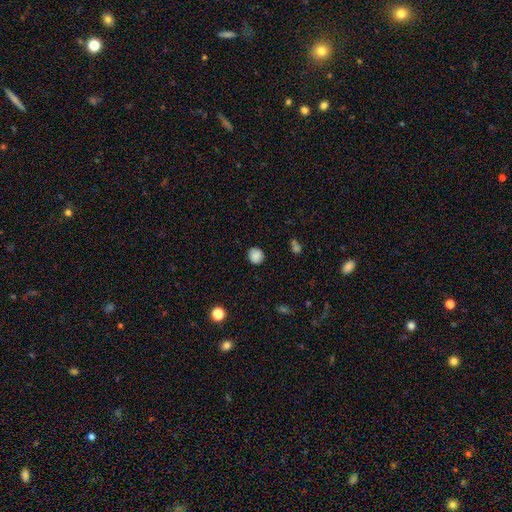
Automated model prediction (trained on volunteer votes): smooth 85%, star or artifact 10%, featured or disk 5%. Down the decision tree: how rounded — round (84%); merging — none (85%).